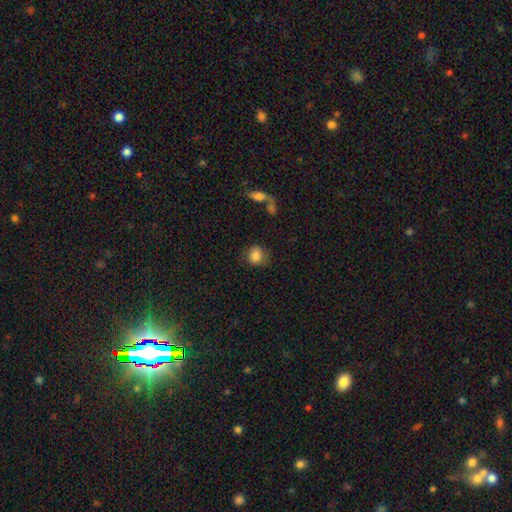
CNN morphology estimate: A smooth galaxy with no disk features (84%) that is round (75%).

Vote fractions:
- Smooth or featured? smooth: 84% / star or artifact: 8% / featured or disk: 7%
- How rounded? round: 75% / in between: 23% / cigar-shaped: 1%
- Merging? none: 74% / minor disturbance: 15% / major disturbance: 7% / merger: 4%